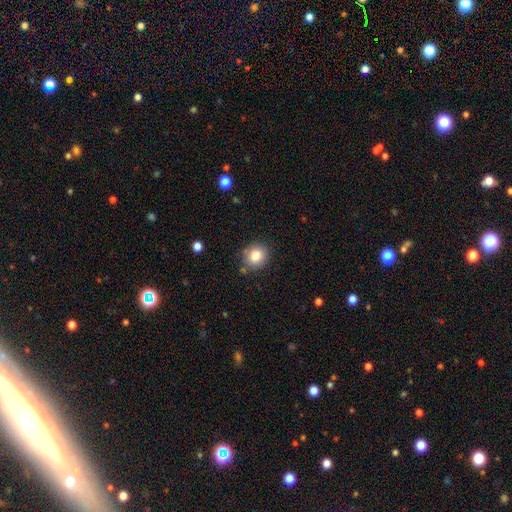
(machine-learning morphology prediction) smooth_or_featured: smooth (p=0.83) [alt: star or artifact p=0.10]
how_rounded: round (p=0.80) [alt: in between p=0.19]
merging: none (p=0.84) [alt: minor disturbance p=0.11]